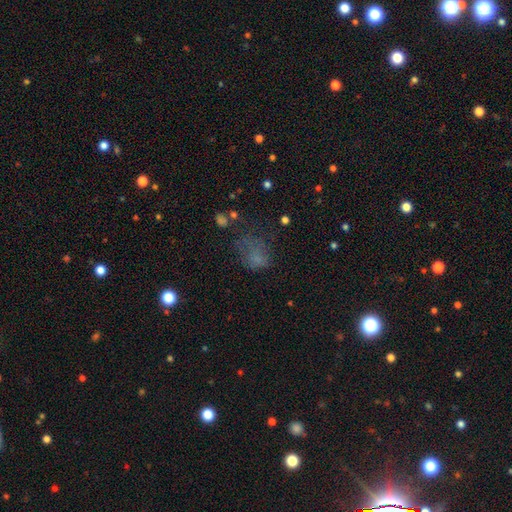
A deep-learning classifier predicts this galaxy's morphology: This appears to be a smooth galaxy with no disk features (57%) that is in between round and cigar-shaped (59%). Merging: major disturbance (38%).